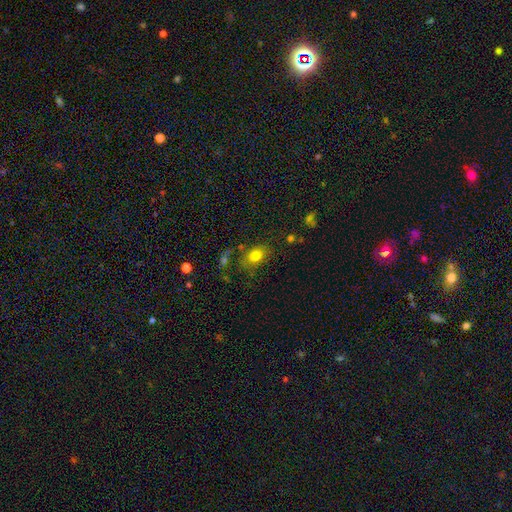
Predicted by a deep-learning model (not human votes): A smooth galaxy with no disk features (79%) that is in between round and cigar-shaped (76%).

Vote fractions:
- Smooth or featured? smooth: 79% / star or artifact: 11% / featured or disk: 10%
- How rounded? in between: 76% / round: 23% / cigar-shaped: 2%
- Merging? none: 65% / minor disturbance: 19% / major disturbance: 8% / merger: 7%